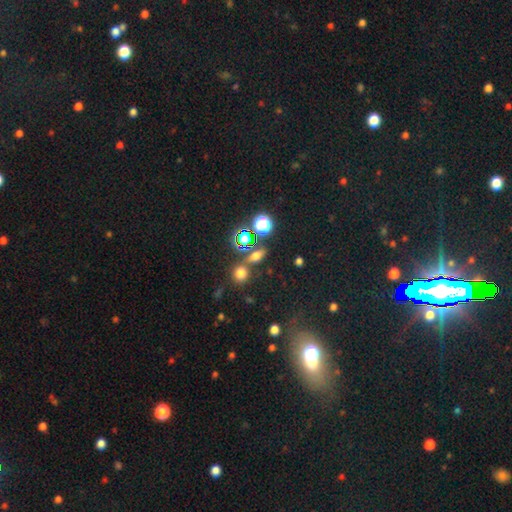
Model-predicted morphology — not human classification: A smooth galaxy with no disk features (52%) that is in between round and cigar-shaped (56%). Merging: none (68%).